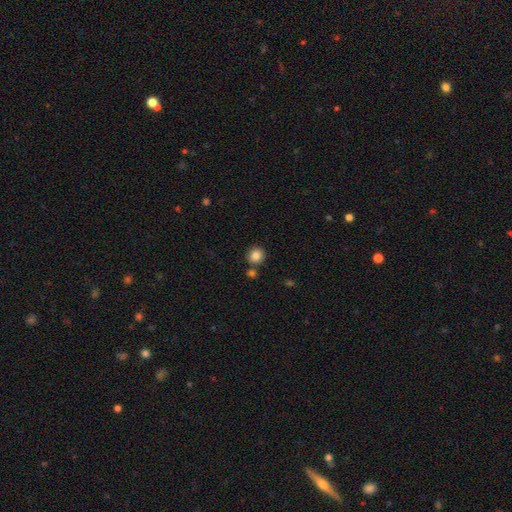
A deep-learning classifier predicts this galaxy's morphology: This appears to be a smooth galaxy with no disk features (85%) that is round (92%). Merging: none (81%).